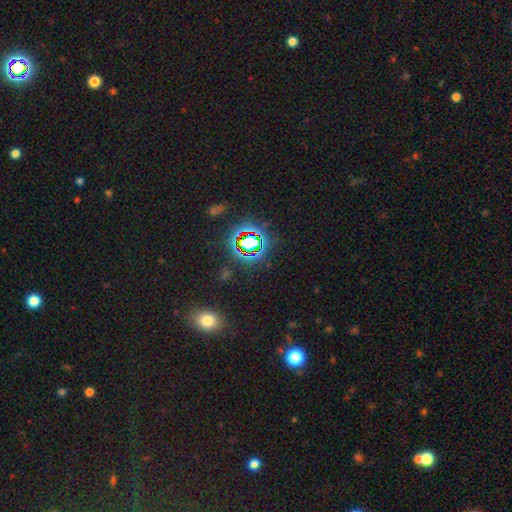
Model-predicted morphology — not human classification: This appears to be a star or artifact, not a galaxy (65%).